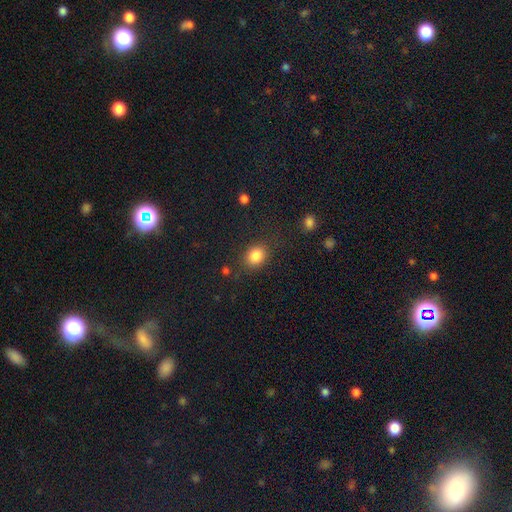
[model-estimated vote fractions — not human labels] Smooth or featured? Predicted: smooth (p=0.85). How rounded? Predicted: round (p=0.51). Merging? Predicted: none (p=0.80).